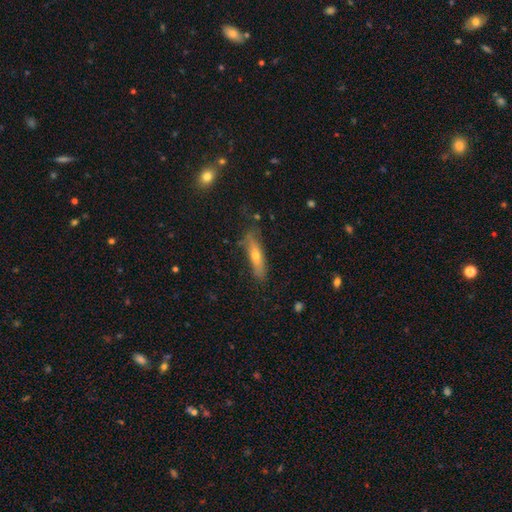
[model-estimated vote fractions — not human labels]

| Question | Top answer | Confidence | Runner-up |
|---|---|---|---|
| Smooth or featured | smooth | 51% | featured or disk (41%) |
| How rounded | cigar-shaped | 75% | in between (23%) |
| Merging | none | 74% | minor disturbance (19%) |